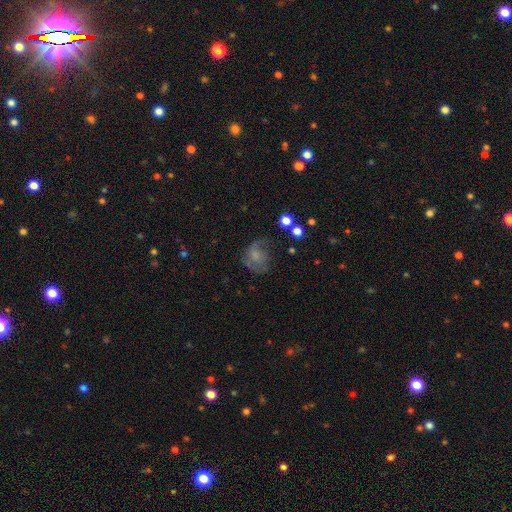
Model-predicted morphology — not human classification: Q: Smooth or featured?
A: smooth (55%); runner-up: featured or disk (32%)
Q: How rounded?
A: round (59%); runner-up: in between (40%)
Q: Merging?
A: none (41%); runner-up: major disturbance (30%)